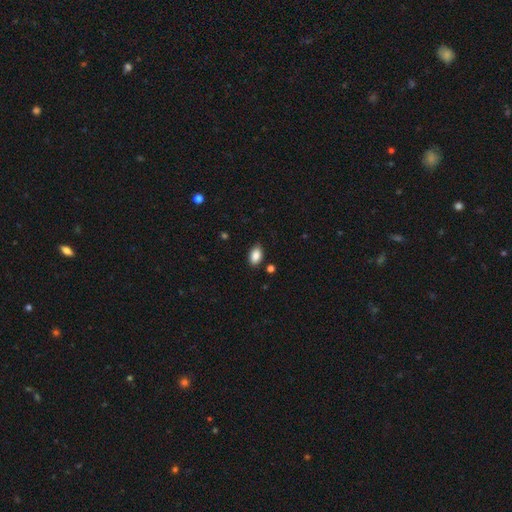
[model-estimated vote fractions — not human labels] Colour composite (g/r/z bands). It shows a smooth galaxy with no disk features (88%) that is in between round and cigar-shaped (90%). Merging: none (85%).